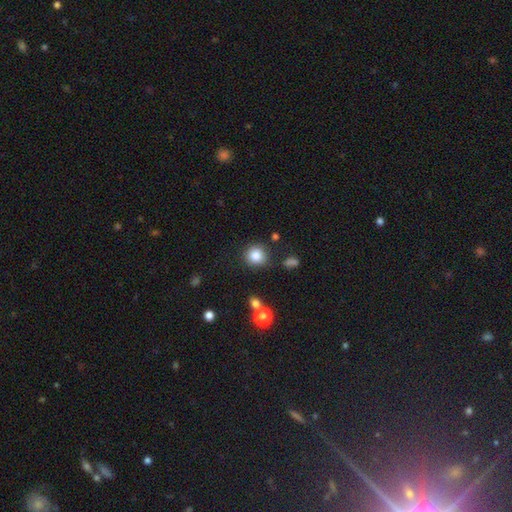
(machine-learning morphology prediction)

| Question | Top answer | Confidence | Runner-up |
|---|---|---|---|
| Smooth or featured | smooth | 84% | star or artifact (11%) |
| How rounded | round | 90% | in between (9%) |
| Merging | none | 82% | minor disturbance (10%) |